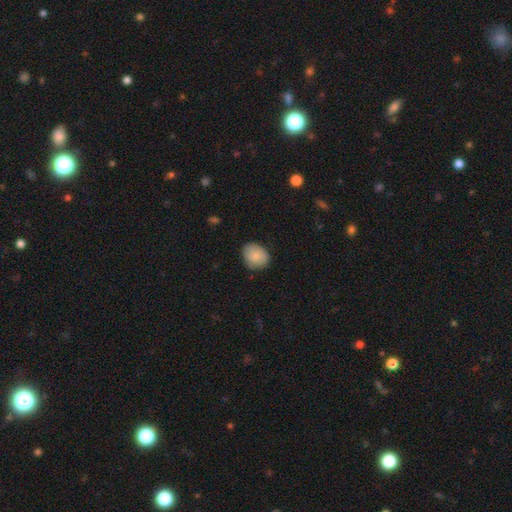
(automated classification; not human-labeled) Smooth or featured?
  - smooth: 85% *
  - featured or disk: 9%
  - star or artifact: 7%
How rounded?
  - round: 55% *
  - in between: 44%
  - cigar-shaped: 1%
Merging?
  - none: 79% *
  - minor disturbance: 17%
  - major disturbance: 3%
  - merger: 1%